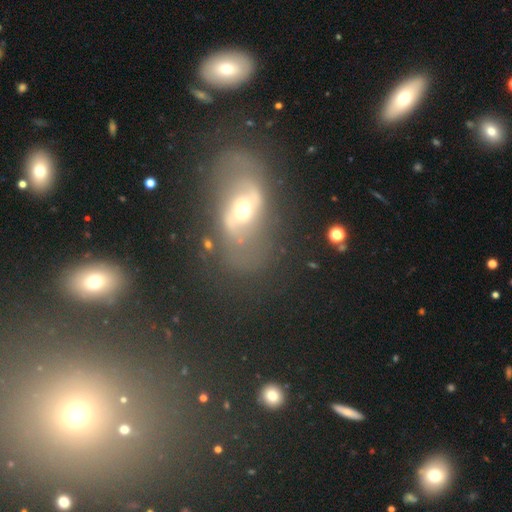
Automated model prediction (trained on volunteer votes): Smooth or featured: featured or disk — 67% (smooth — 21%)
Edge-on disk: no — 93% (yes — 7%)
Bar: no — 40% (weak — 38%)
Spiral arms: yes — 71% (no — 29%)
Bulge size: moderate — 65% (small — 24%)
Merging: none — 66% (minor disturbance — 16%)